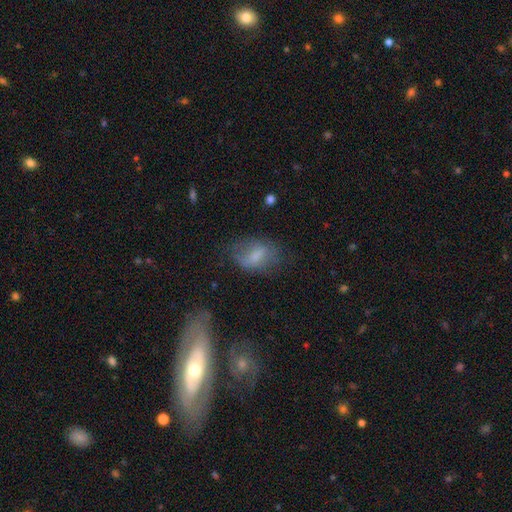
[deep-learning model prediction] A smooth galaxy with no disk features (62%) that is in between round and cigar-shaped (85%). Merging: none (55%).